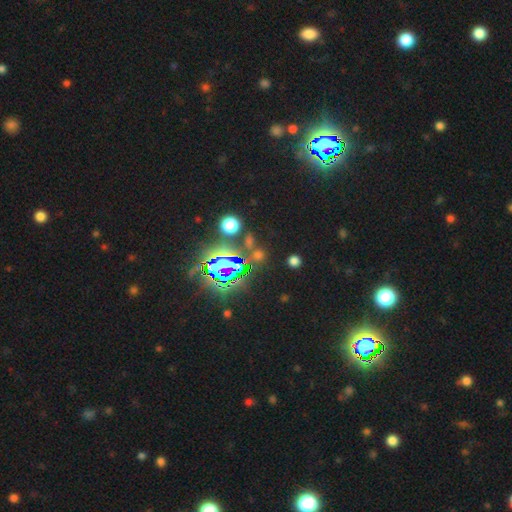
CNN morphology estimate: The model was most divided on "smooth or featured": star or artifact: 75%, smooth: 17%, featured or disk: 8%.